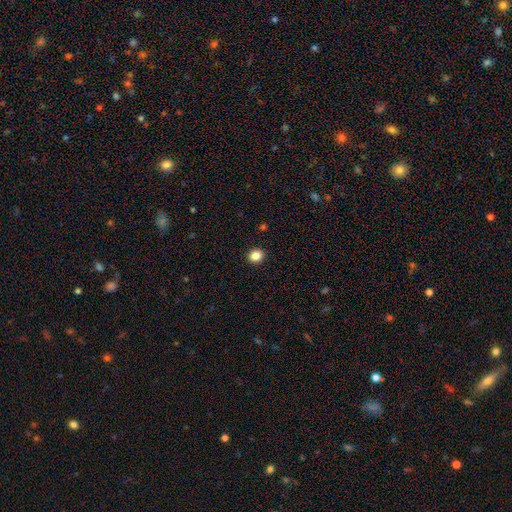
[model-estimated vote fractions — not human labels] Overall: smooth (85%). How rounded: round (77%). Merging: none (92%).